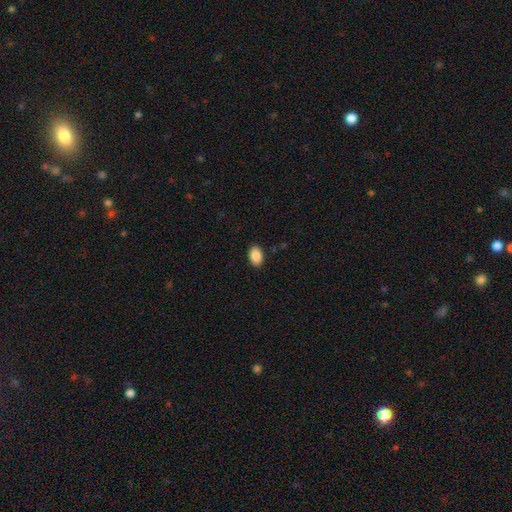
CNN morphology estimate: A smooth galaxy with no disk features (89%) that is in between round and cigar-shaped (89%).

Vote fractions:
- Smooth or featured? smooth: 89% / star or artifact: 7% / featured or disk: 4%
- How rounded? in between: 89% / round: 10% / cigar-shaped: 1%
- Merging? none: 89% / minor disturbance: 8% / major disturbance: 2% / merger: 1%